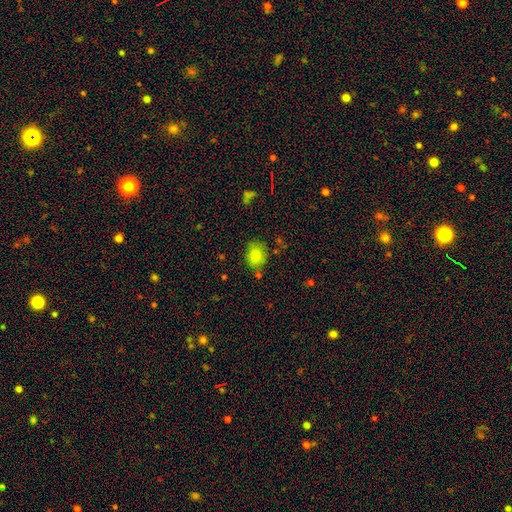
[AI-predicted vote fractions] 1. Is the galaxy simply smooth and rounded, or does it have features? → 84% smooth, 9% star or artifact, 7% featured or disk.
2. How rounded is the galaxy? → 52% round, 47% in between, 1% cigar-shaped.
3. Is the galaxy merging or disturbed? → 70% none, 18% minor disturbance, 6% merger, 5% major disturbance.